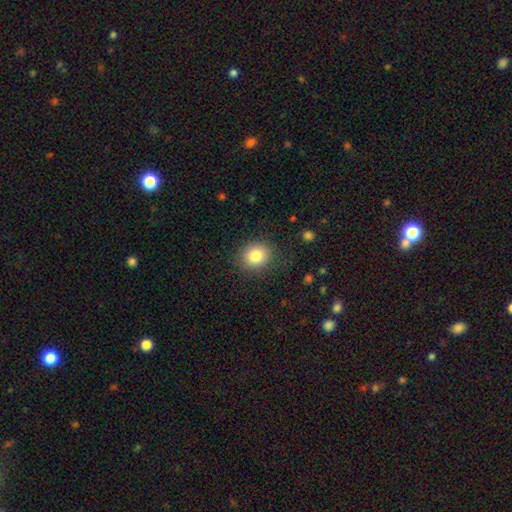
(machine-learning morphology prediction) Overall: smooth (82%). How rounded: round (71%). Merging: none (85%).